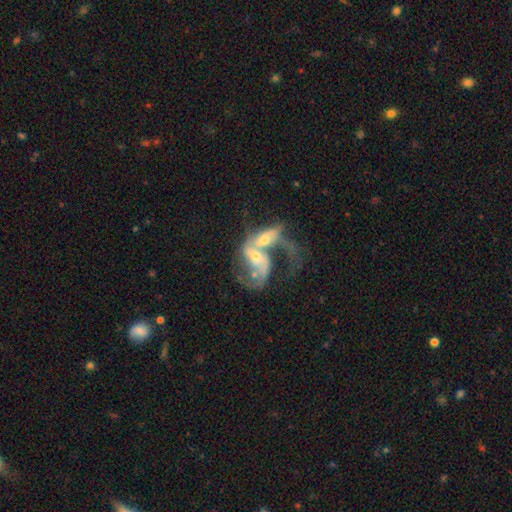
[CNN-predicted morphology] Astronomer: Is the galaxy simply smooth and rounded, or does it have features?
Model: featured or disk — 73%.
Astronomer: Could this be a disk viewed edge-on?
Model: no — 95%.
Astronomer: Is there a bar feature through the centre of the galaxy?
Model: no — 57%.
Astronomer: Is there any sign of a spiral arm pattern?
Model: yes — 74%.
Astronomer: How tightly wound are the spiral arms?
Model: loose — 65%.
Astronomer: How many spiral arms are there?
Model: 2 — 66%.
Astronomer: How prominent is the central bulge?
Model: moderate — 44% (runner-up: small, 43%).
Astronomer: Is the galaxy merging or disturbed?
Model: merger — 76%.